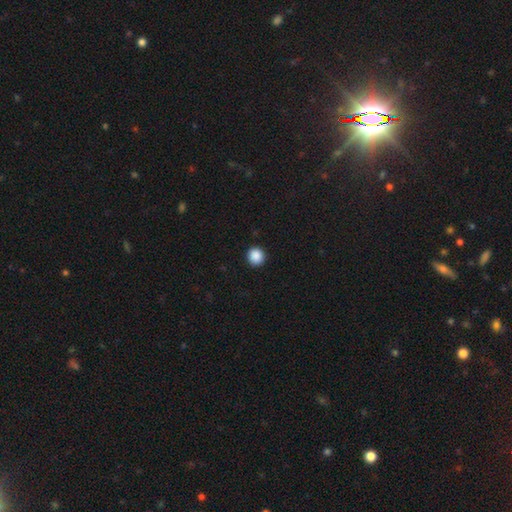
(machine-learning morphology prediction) smooth_or_featured: smooth (p=0.89) [alt: star or artifact p=0.09]
how_rounded: round (p=0.93) [alt: in between p=0.06]
merging: none (p=0.92) [alt: minor disturbance p=0.05]